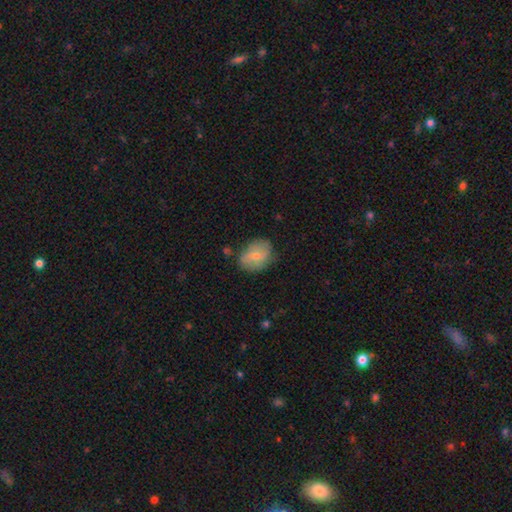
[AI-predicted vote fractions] Smooth or featured? smooth (65%)
How rounded? in between (59%)
Merging? none (67%)